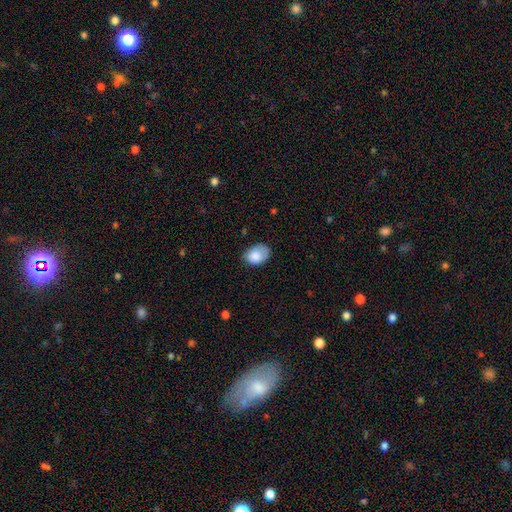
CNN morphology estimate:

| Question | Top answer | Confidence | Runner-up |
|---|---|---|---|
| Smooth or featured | smooth | 84% | featured or disk (9%) |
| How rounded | in between | 81% | round (18%) |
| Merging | none | 60% | minor disturbance (31%) |